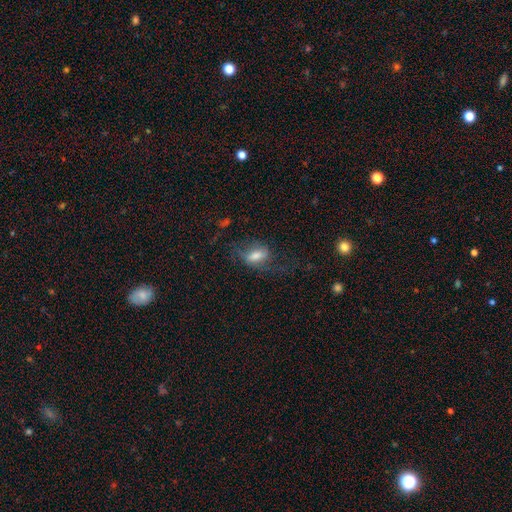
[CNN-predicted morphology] This appears to be a smooth galaxy with no disk features (52%) that is in between round and cigar-shaped (82%). Merging: none (47%).